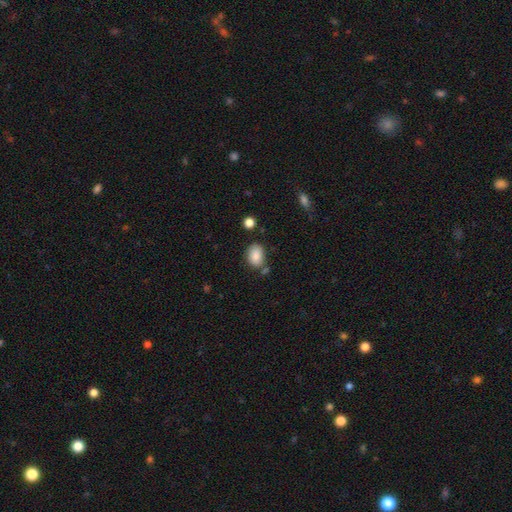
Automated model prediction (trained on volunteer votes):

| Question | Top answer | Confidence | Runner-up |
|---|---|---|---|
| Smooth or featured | smooth | 86% | star or artifact (8%) |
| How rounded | in between | 81% | round (18%) |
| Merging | none | 71% | minor disturbance (17%) |